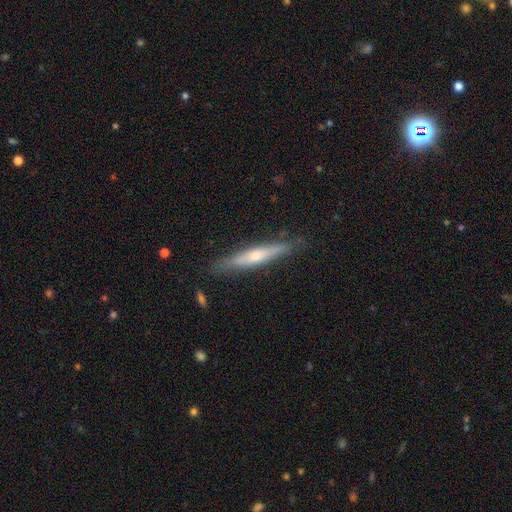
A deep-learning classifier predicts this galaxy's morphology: smooth-or-featured: featured or disk: 55% | smooth: 39% | star or artifact: 6%
  disk-edge-on: yes: 94% | no: 6%
    edge-on-bulge: rounded: 72% | none: 21% | boxy: 7%
  merging: none: 84% | minor disturbance: 12% | major disturbance: 2% | merger: 2%